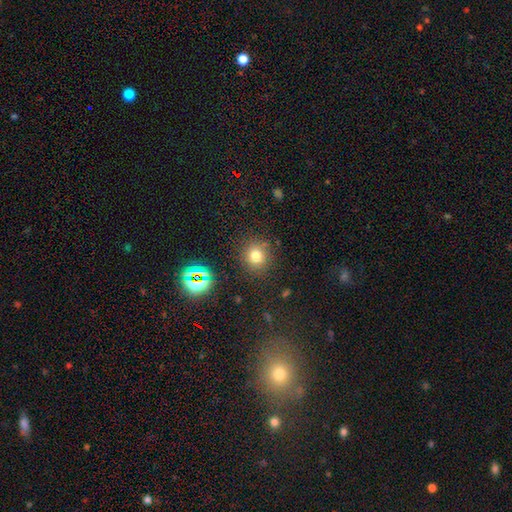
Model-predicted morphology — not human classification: This is likely a smooth galaxy (71%). How rounded: clearly round (89%). Merging: clearly none (84%).